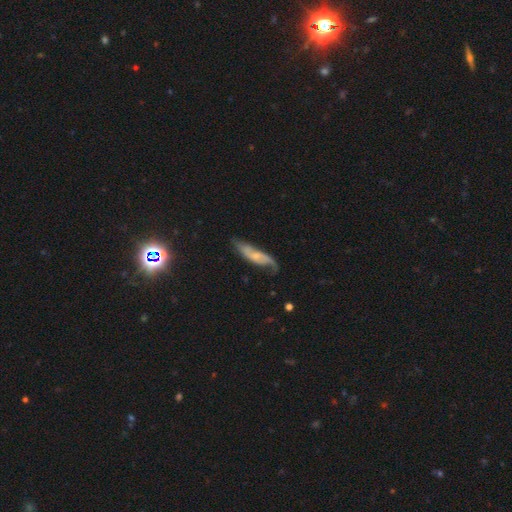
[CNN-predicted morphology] Overall: featured or disk (63%; smooth 30%). Edge-on disk: no (76%). Merging: none (57%; minor disturbance 28%).